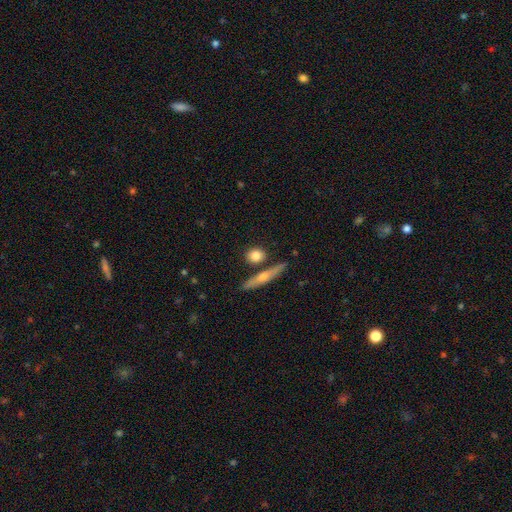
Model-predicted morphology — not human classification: Overall: smooth (77%). How rounded: round (60%; in between 25%). Merging: none (74%).